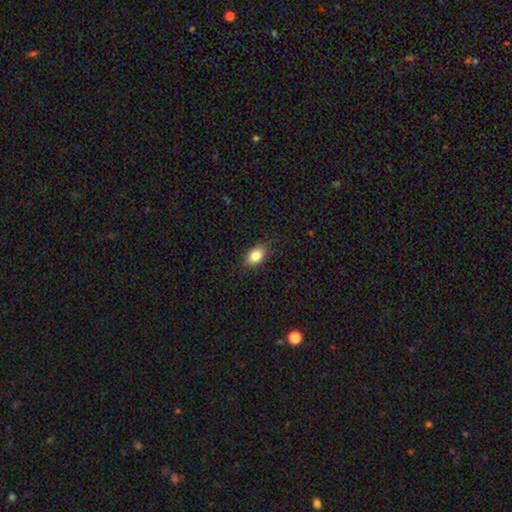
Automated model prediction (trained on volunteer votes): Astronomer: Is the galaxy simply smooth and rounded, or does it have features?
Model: smooth — 85%.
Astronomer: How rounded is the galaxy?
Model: in between — 85%.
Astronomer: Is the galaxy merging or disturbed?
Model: none — 84%.